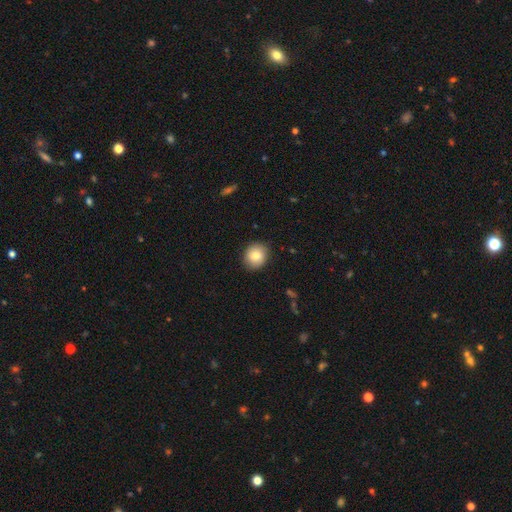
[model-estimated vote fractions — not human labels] Q: Smooth or featured?
A: smooth (80%); runner-up: featured or disk (11%)
Q: How rounded?
A: round (78%); runner-up: in between (21%)
Q: Merging?
A: none (87%); runner-up: minor disturbance (10%)